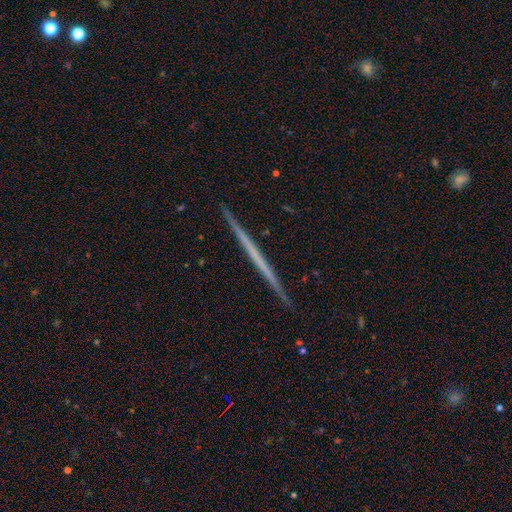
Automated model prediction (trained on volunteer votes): Smooth or featured? featured or disk (62%)
Edge-on disk? yes (98%)
Edge-on bulge? none (93%)
Merging? none (93%)